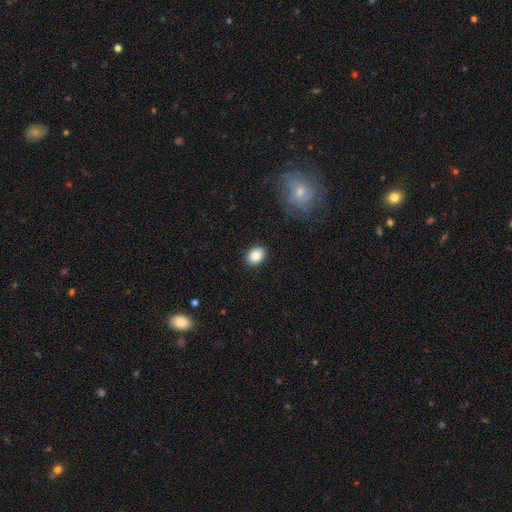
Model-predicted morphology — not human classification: Smooth or featured?
  - smooth: 87% *
  - star or artifact: 8%
  - featured or disk: 5%
How rounded?
  - in between: 68% *
  - round: 31%
  - cigar-shaped: 1%
Merging?
  - none: 87% *
  - minor disturbance: 9%
  - major disturbance: 2%
  - merger: 1%